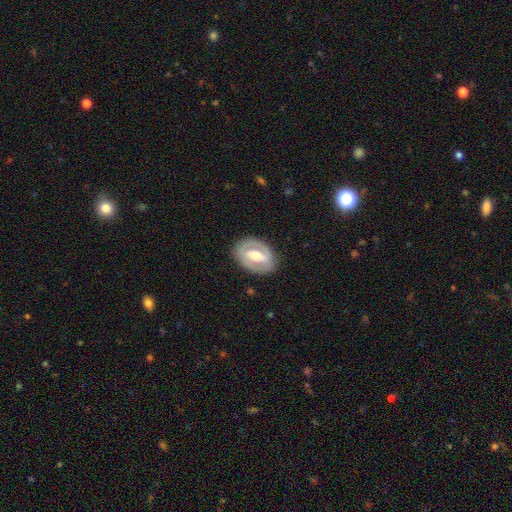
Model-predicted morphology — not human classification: Smooth or featured? featured or disk (70%)
Edge-on disk? no (93%)
Bar? strong (46%)
Spiral arms? no (56%)
Bulge size? moderate (72%)
Merging? none (83%)